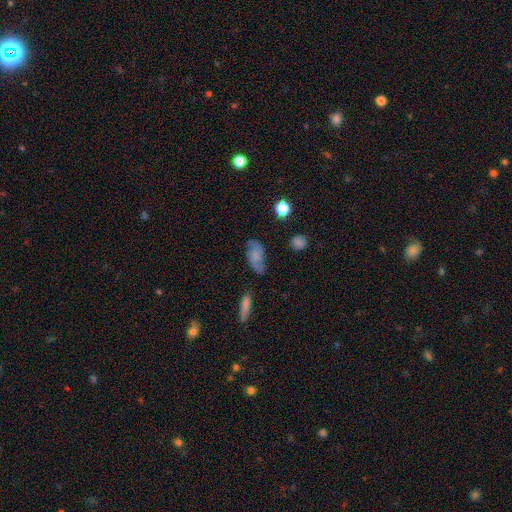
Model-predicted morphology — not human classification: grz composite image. It shows a smooth galaxy with no disk features (55%) that is in between round and cigar-shaped (87%). Merging: none (68%).